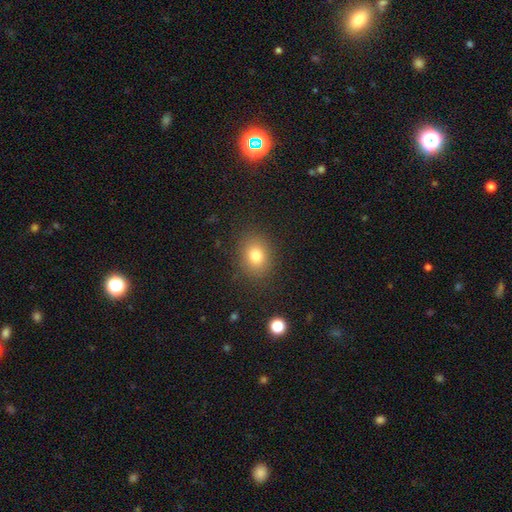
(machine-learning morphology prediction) This is likely a smooth galaxy (80%). How rounded: possibly in between (51%). Merging: clearly none (87%).